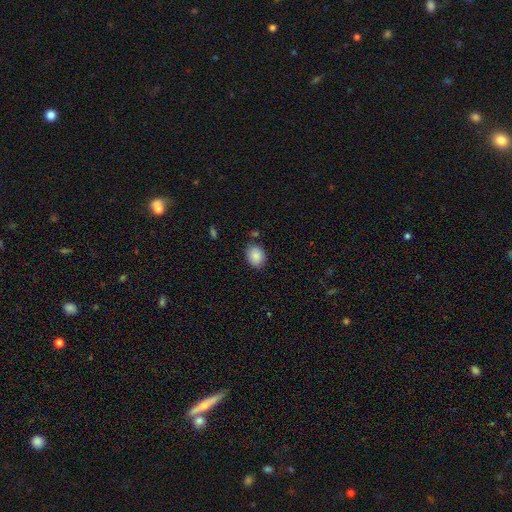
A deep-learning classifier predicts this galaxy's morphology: Smooth or featured: smooth — 87% (star or artifact — 8%)
How rounded: in between — 60% (round — 39%)
Merging: none — 80% (minor disturbance — 14%)